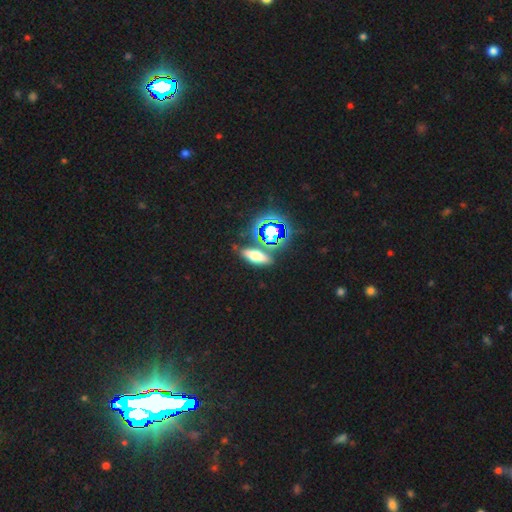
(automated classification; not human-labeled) Overall: smooth (44%; star or artifact 36%). Merging: none (79%).